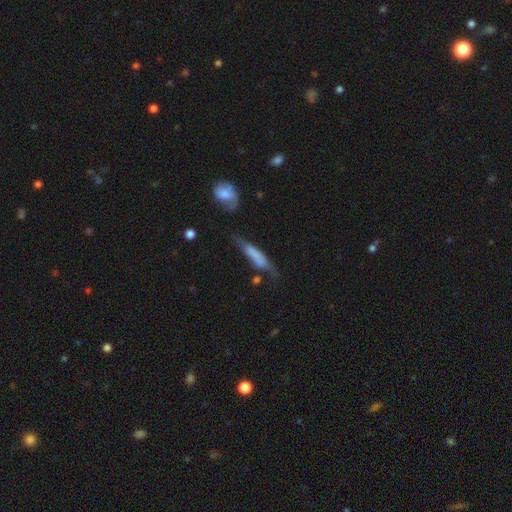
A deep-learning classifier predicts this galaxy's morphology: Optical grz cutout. It shows a smooth galaxy with no disk features (59%) that is cigar-shaped (79%). Merging: none (43%).